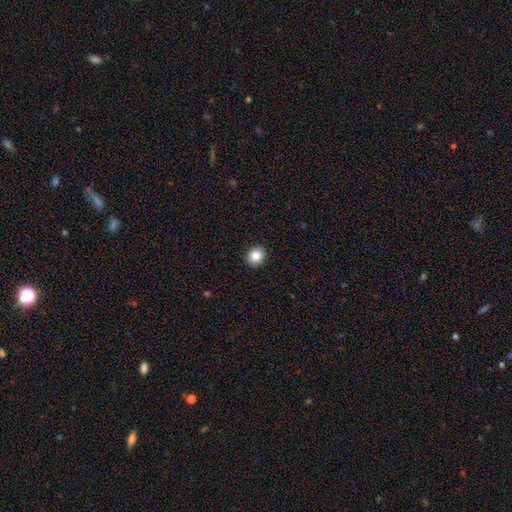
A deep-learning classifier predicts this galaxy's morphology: This appears to be a smooth galaxy with no disk features (84%) that is round (71%). Merging: none (92%).